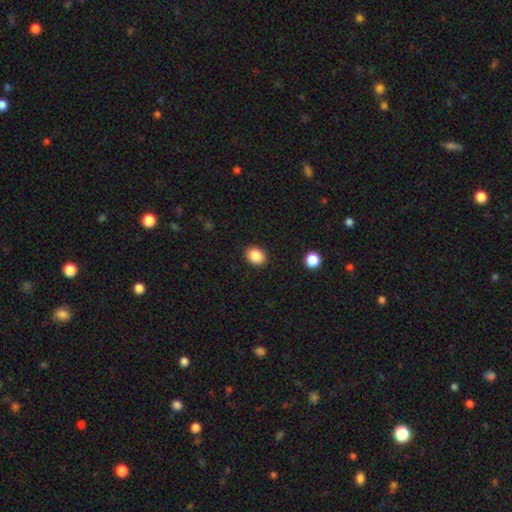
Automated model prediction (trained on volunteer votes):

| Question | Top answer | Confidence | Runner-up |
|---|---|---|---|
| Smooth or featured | smooth | 88% | star or artifact (9%) |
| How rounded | in between | 61% | round (38%) |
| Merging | none | 90% | minor disturbance (7%) |